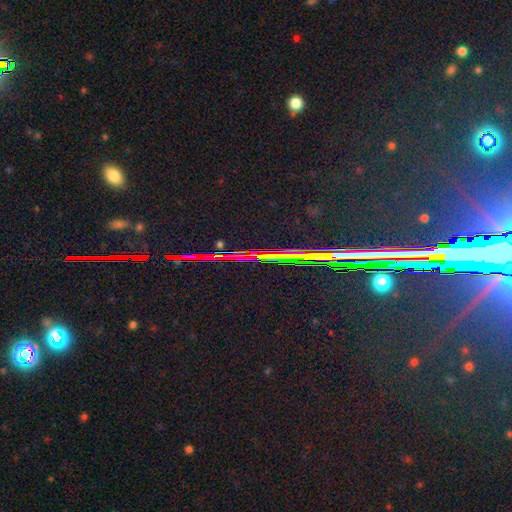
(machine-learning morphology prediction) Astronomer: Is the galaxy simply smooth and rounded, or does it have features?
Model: star or artifact — 84%.